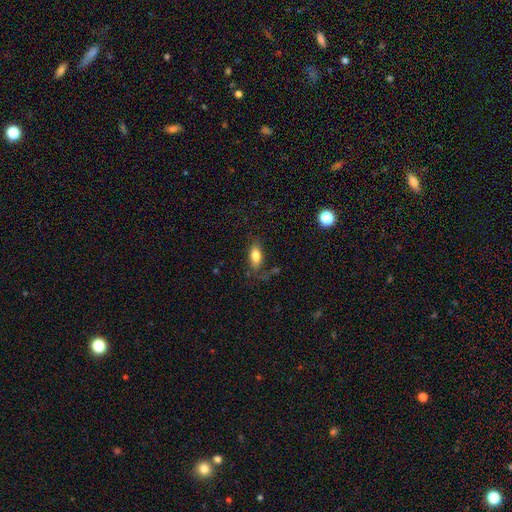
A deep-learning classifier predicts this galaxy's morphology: Smooth or featured?
  - smooth: 77% *
  - featured or disk: 16%
  - star or artifact: 8%
How rounded?
  - in between: 84% *
  - cigar-shaped: 11%
  - round: 4%
Merging?
  - none: 69% *
  - minor disturbance: 18%
  - major disturbance: 9%
  - merger: 4%